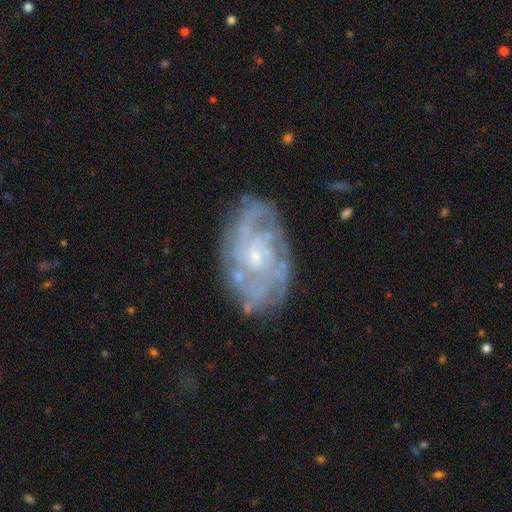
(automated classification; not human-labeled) smooth_or_featured: featured or disk (p=0.81) [alt: smooth p=0.12]
disk_edge_on: no (p=0.96) [alt: yes p=0.04]
bar: no (p=0.74) [alt: weak p=0.22]
has_spiral_arms: yes (p=0.88) [alt: no p=0.12]
spiral_winding: tight (p=0.58) [alt: medium p=0.32]
spiral_arm_count: can't tell (p=0.43) [alt: 2 p=0.19]
bulge_size: small (p=0.72) [alt: moderate p=0.22]
merging: none (p=0.74) [alt: minor disturbance p=0.17]